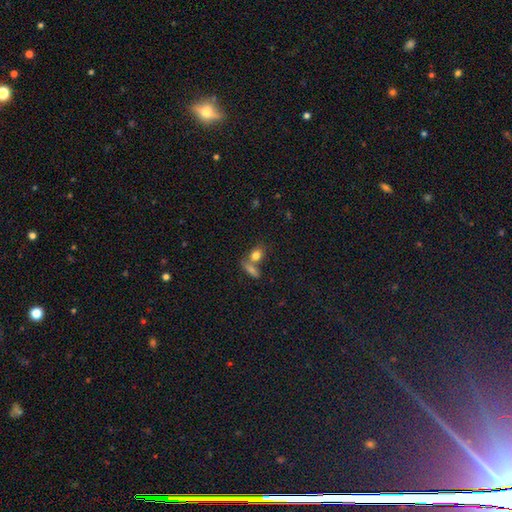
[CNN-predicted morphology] Smooth or featured? Predicted: smooth (p=0.80). How rounded? Predicted: in between (p=0.58). Merging? Predicted: none (p=0.45).